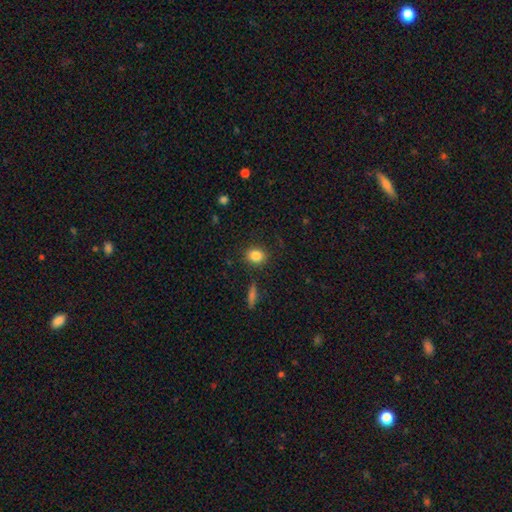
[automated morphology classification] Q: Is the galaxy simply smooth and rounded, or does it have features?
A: smooth — 85%.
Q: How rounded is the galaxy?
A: round — 64%.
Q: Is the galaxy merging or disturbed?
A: none — 87%.